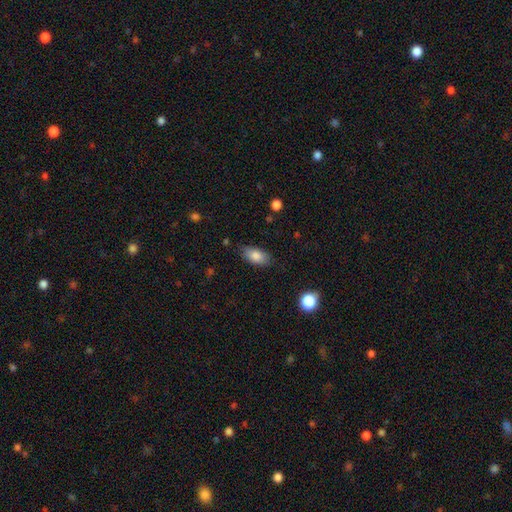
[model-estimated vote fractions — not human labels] Smooth or featured? smooth (83%)
How rounded? in between (91%)
Merging? none (80%)